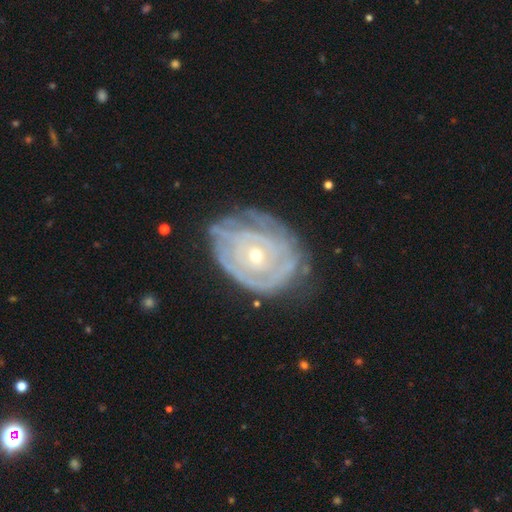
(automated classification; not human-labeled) smooth-or-featured: featured or disk: 81% | smooth: 13% | star or artifact: 6%
  disk-edge-on: no: 96% | yes: 4%
    bar: no: 81% | weak: 15% | strong: 4%
    has-spiral-arms: yes: 78% | no: 22%
      spiral-winding: tight: 79% | medium: 15% | loose: 5%
      spiral-arm-count: can't tell: 56% | 2: 14% | 3: 10% | 4: 7% | 1: 6% | more than 4: 6%
    bulge-size: small: 64% | moderate: 33% | large: 1% | none: 1% | dominant: 1%
  merging: none: 59% | minor disturbance: 26% | major disturbance: 13% | merger: 2%